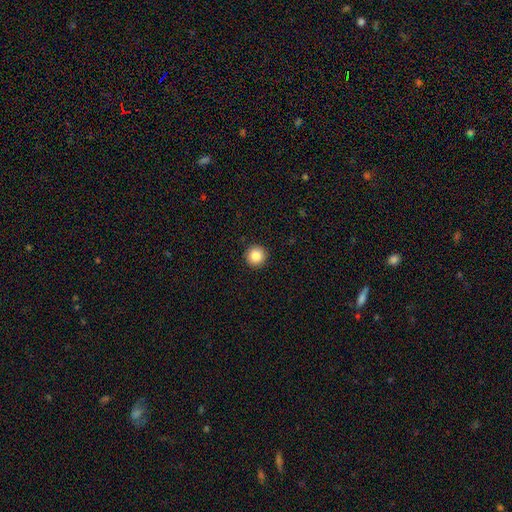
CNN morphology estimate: Overall: smooth (85%). How rounded: round (96%). Merging: none (93%).